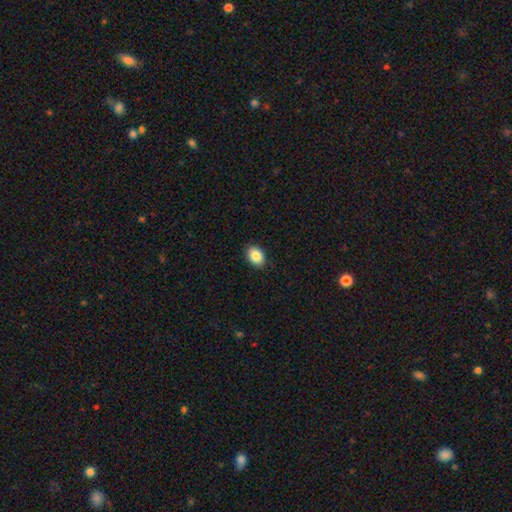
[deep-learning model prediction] Q: Smooth or featured?
A: smooth (86%); runner-up: star or artifact (8%)
Q: How rounded?
A: in between (72%); runner-up: round (27%)
Q: Merging?
A: none (90%); runner-up: minor disturbance (7%)